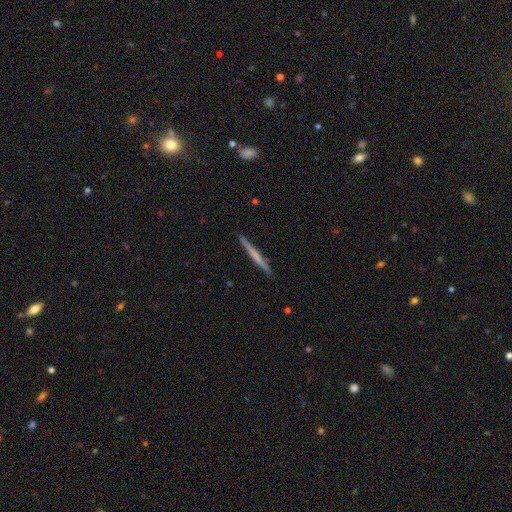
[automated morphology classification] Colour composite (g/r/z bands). It shows a featured or disk galaxy (49%). Merging: none (92%).